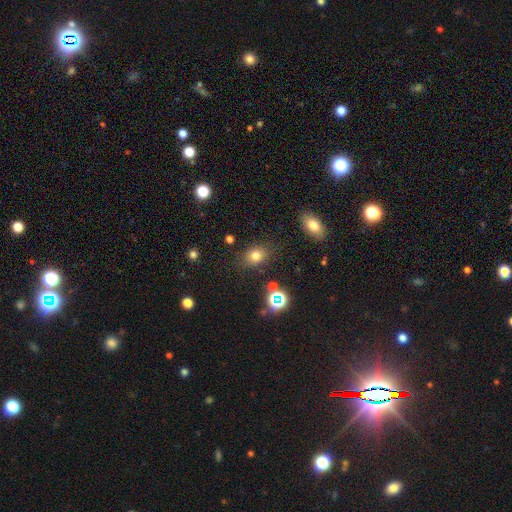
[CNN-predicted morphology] smooth-or-featured: smooth: 72% | star or artifact: 18% | featured or disk: 9%
  how-rounded: in between: 57% | round: 41% | cigar-shaped: 1%
  merging: none: 81% | minor disturbance: 11% | major disturbance: 4% | merger: 3%